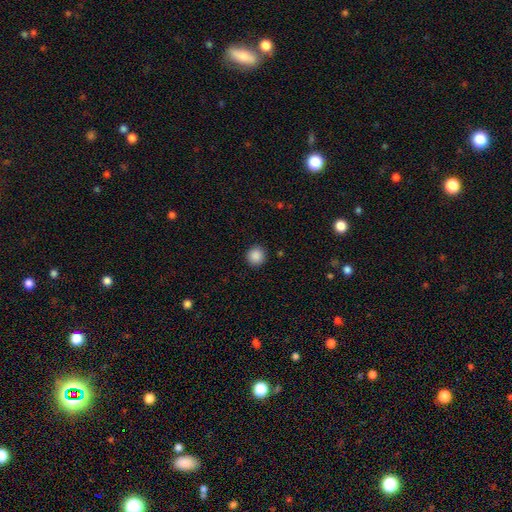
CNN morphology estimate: smooth 88%, star or artifact 9%, featured or disk 3%. Down the decision tree: how rounded — round (94%); merging — none (92%).